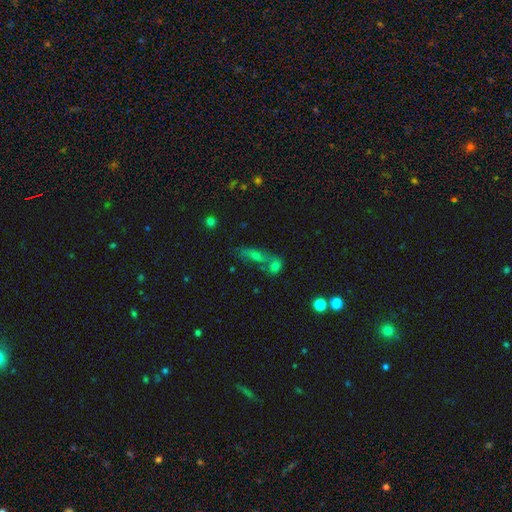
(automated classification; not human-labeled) A smooth galaxy with no disk features (51%) that is in between round and cigar-shaped (54%).

Vote fractions:
- Smooth or featured? smooth: 51% / featured or disk: 28% / star or artifact: 21%
- How rounded? in between: 54% / cigar-shaped: 33% / round: 14%
- Merging? merger: 43% / none: 38% / minor disturbance: 11% / major disturbance: 8%